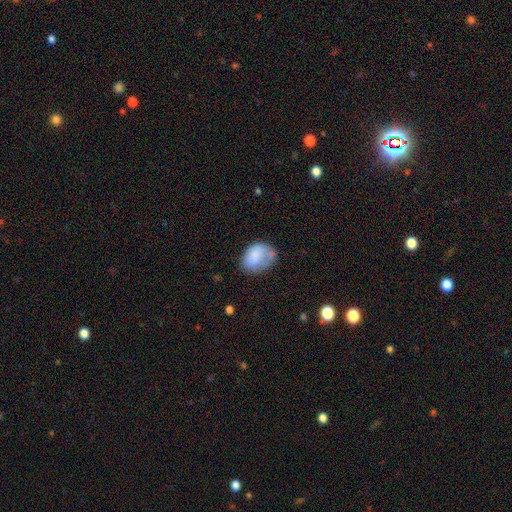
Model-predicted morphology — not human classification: Smooth or featured: smooth — 79% (featured or disk — 14%)
How rounded: in between — 71% (round — 28%)
Merging: none — 50% (minor disturbance — 31%)